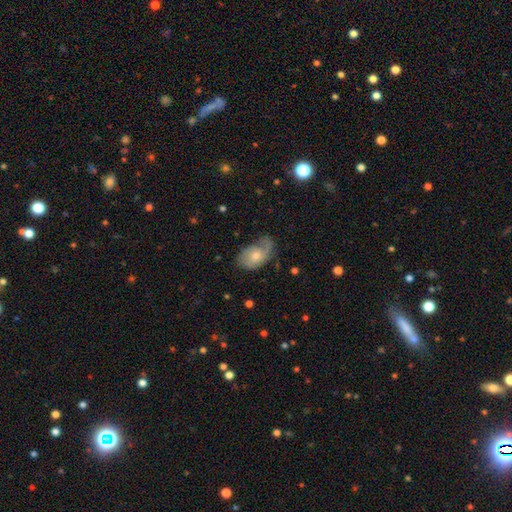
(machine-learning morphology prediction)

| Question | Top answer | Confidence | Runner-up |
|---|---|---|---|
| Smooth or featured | featured or disk | 56% | smooth (37%) |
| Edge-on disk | no | 95% | yes (5%) |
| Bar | no | 74% | weak (23%) |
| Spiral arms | yes | 83% | no (17%) |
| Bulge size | moderate | 54% | small (35%) |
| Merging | none | 46% | minor disturbance (30%) |